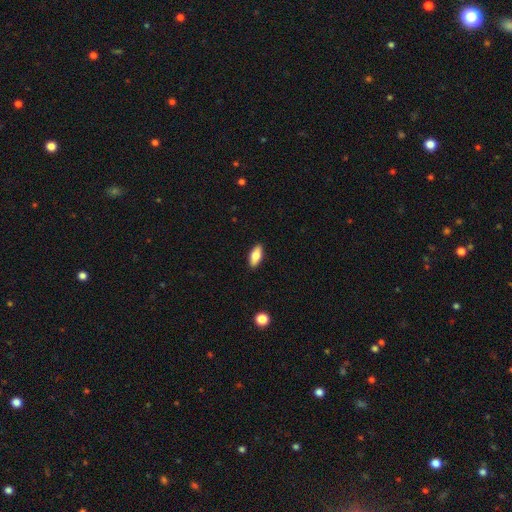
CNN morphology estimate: Smooth or featured? Predicted: smooth (p=0.78). How rounded? Predicted: in between (p=0.83). Merging? Predicted: none (p=0.90).